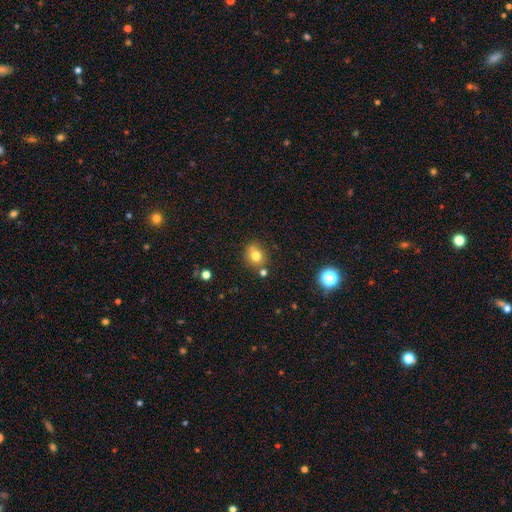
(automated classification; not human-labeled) Morphology: type=smooth (76%); roundness=round (73%); merging=none (70%).